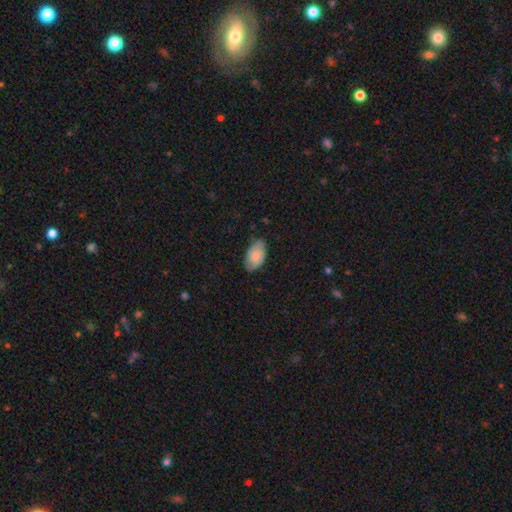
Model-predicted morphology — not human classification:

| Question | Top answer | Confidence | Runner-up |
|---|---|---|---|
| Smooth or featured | smooth | 75% | featured or disk (19%) |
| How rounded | in between | 94% | round (4%) |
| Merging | none | 72% | minor disturbance (23%) |